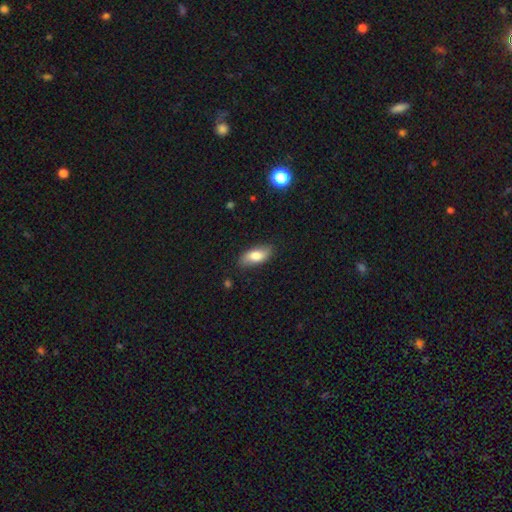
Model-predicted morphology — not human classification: Overall: smooth (76%). How rounded: in between (87%). Merging: none (81%).